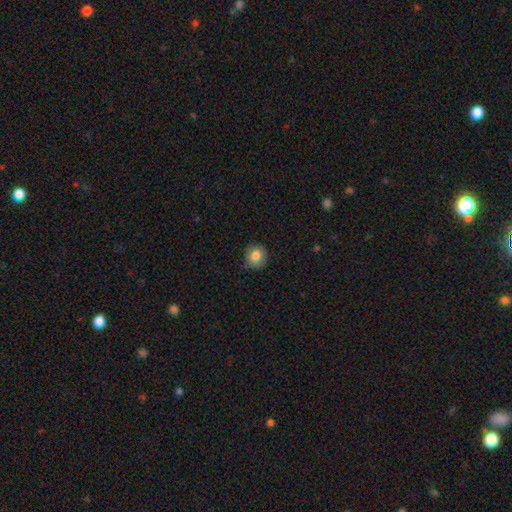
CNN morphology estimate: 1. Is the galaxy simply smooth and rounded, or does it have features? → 82% smooth, 9% featured or disk, 9% star or artifact.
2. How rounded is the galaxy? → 87% round, 12% in between, 1% cigar-shaped.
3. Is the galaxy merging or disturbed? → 82% none, 14% minor disturbance, 3% major disturbance, 1% merger.